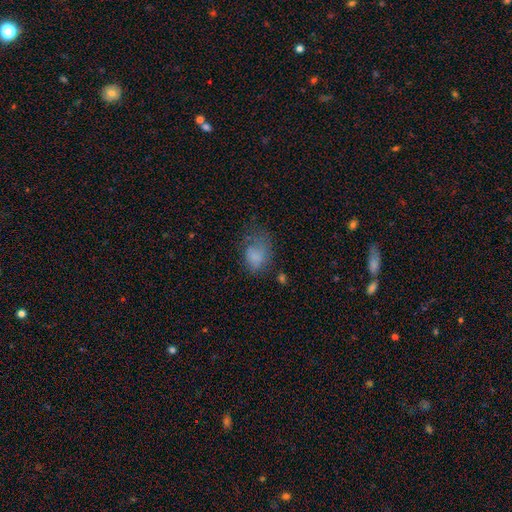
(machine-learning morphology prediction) smooth-or-featured: smooth: 73% | featured or disk: 16% | star or artifact: 11%
  how-rounded: in between: 68% | round: 31% | cigar-shaped: 1%
  merging: major disturbance: 38% | none: 31% | minor disturbance: 28% | merger: 3%